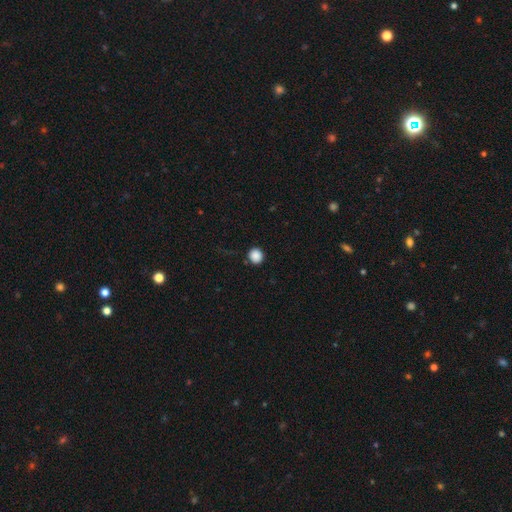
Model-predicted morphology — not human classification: Smooth or featured?
  - smooth: 88% *
  - star or artifact: 9%
  - featured or disk: 3%
How rounded?
  - round: 90% *
  - in between: 9%
  - cigar-shaped: 1%
Merging?
  - none: 89% *
  - minor disturbance: 7%
  - major disturbance: 2%
  - merger: 2%